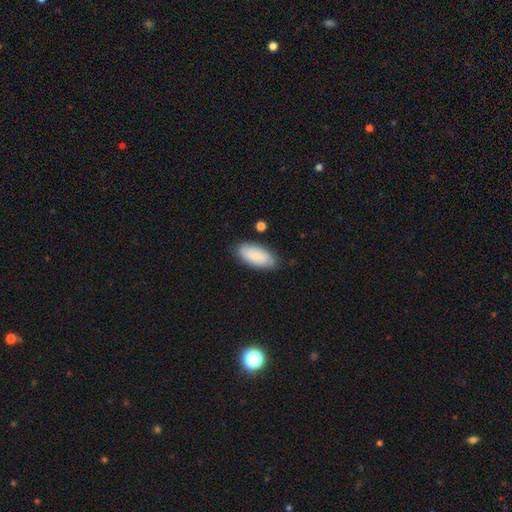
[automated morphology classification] Overall: smooth (72%). How rounded: in between (91%). Merging: none (78%).